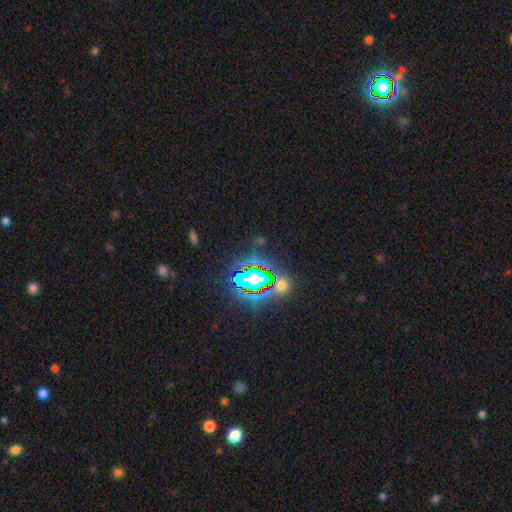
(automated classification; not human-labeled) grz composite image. It shows a star or artifact, not a galaxy (81%).